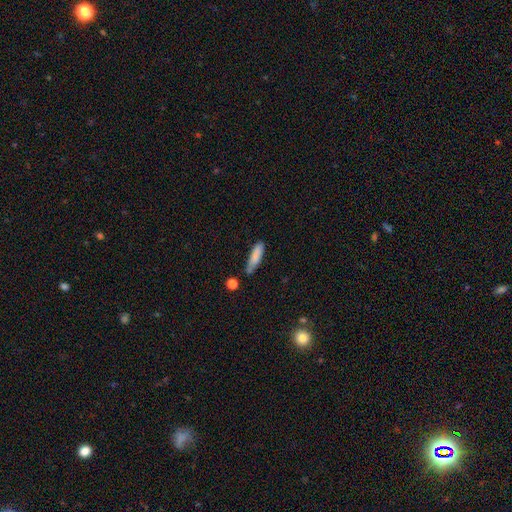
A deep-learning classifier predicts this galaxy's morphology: A smooth galaxy with no disk features (82%) that is cigar-shaped (70%).

Vote fractions:
- Smooth or featured? smooth: 82% / featured or disk: 11% / star or artifact: 7%
- How rounded? cigar-shaped: 70% / in between: 28% / round: 2%
- Merging? none: 62% / minor disturbance: 25% / merger: 7% / major disturbance: 5%